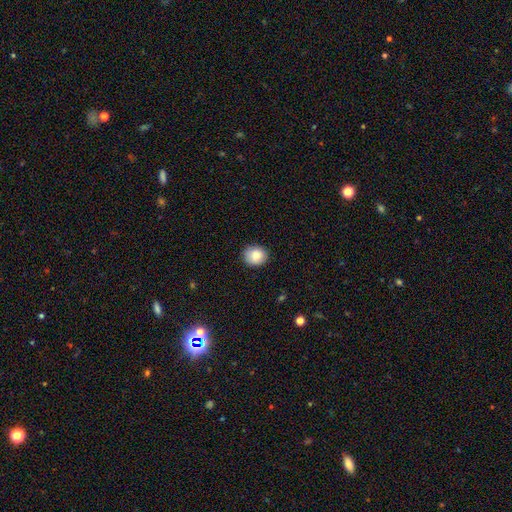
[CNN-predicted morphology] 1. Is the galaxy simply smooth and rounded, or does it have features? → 85% smooth, 8% star or artifact, 7% featured or disk.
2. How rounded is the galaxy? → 67% round, 32% in between, 1% cigar-shaped.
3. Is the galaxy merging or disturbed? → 83% none, 13% minor disturbance, 3% major disturbance, 1% merger.